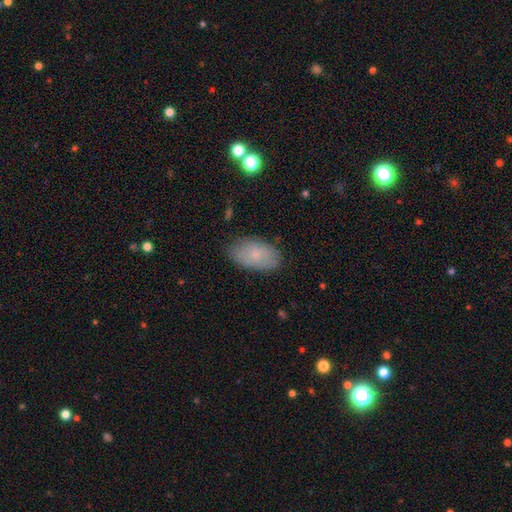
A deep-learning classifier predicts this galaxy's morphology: Smooth or featured?
  - smooth: 74% *
  - featured or disk: 18%
  - star or artifact: 8%
How rounded?
  - in between: 93% *
  - round: 5%
  - cigar-shaped: 2%
Merging?
  - none: 81% *
  - minor disturbance: 15%
  - major disturbance: 3%
  - merger: 1%